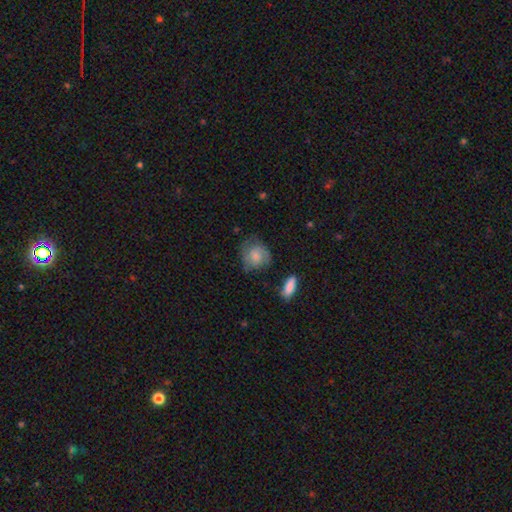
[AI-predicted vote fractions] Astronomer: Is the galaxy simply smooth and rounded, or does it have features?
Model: smooth — 52% (runner-up: featured or disk, 40%).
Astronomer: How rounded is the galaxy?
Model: round — 71%.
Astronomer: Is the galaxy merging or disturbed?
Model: none — 64%.